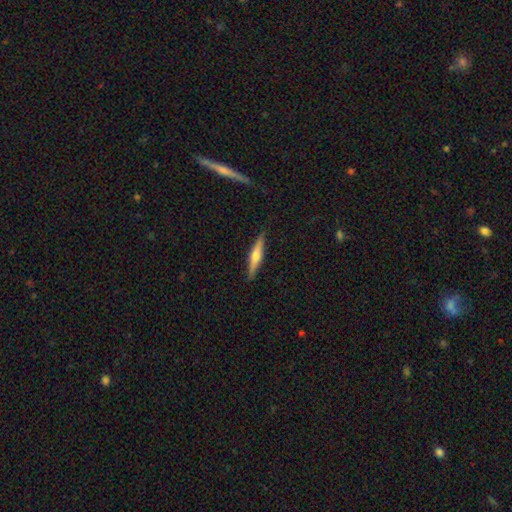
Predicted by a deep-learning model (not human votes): Q: Smooth or featured?
A: featured or disk (56%); runner-up: smooth (38%)
Q: Edge-on disk?
A: yes (96%); runner-up: no (4%)
Q: Edge-on bulge?
A: rounded (85%); runner-up: none (7%)
Q: Merging?
A: none (89%); runner-up: minor disturbance (9%)